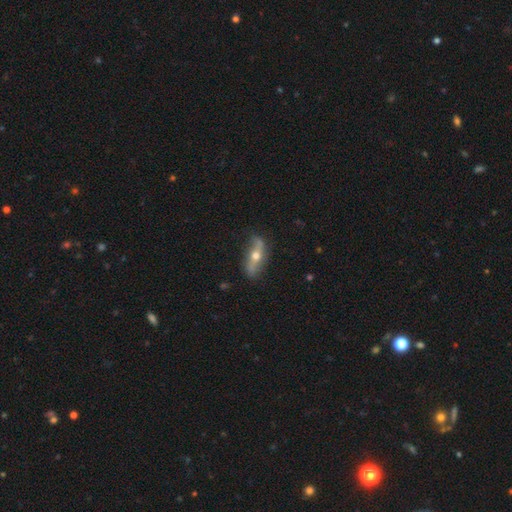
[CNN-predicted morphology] A featured or disk galaxy (68%) viewed edge-on (51%).

Vote fractions:
- Smooth or featured? featured or disk: 68% / smooth: 26% / star or artifact: 6%
- Edge-on disk? yes: 51% / no: 49%
- Merging? none: 78% / minor disturbance: 16% / major disturbance: 4% / merger: 2%